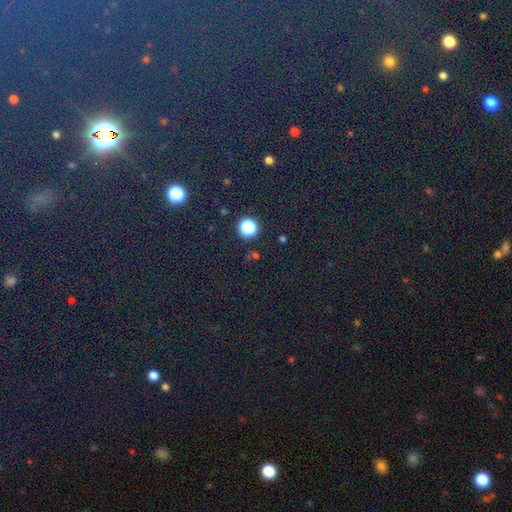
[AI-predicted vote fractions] smooth-or-featured: star or artifact: 48% | smooth: 45% | featured or disk: 7%